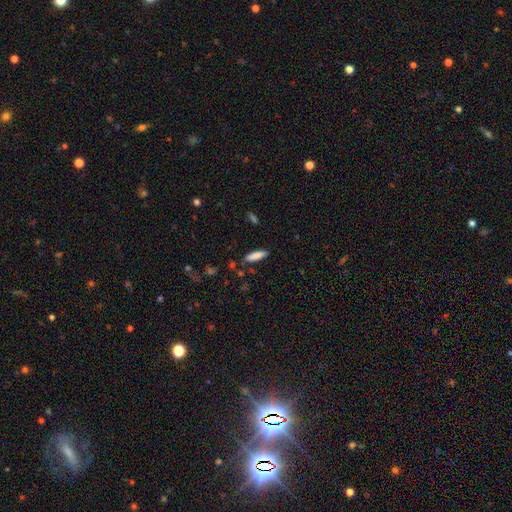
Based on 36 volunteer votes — Smooth or featured?
  - smooth: 92% *
  - star or artifact: 6%
  - featured or disk: 3%
How rounded?
  - cigar-shaped: 64% *
  - in between: 36%
  - round: 0%
Merging?
  - none: 91% *
  - minor disturbance: 6%
  - major disturbance: 3%
  - merger: 0%